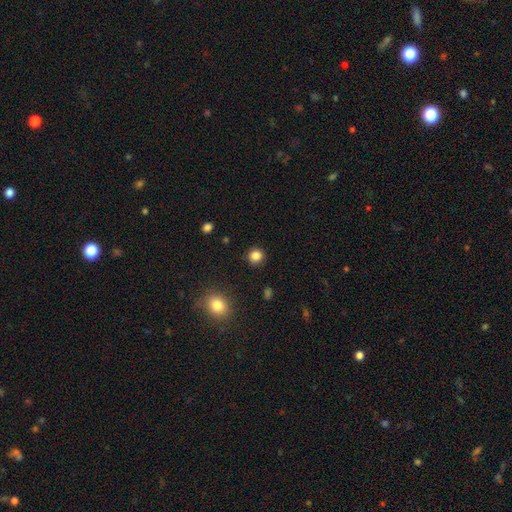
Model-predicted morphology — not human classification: type=smooth (85%); roundness=round (90%); merging=none (90%).